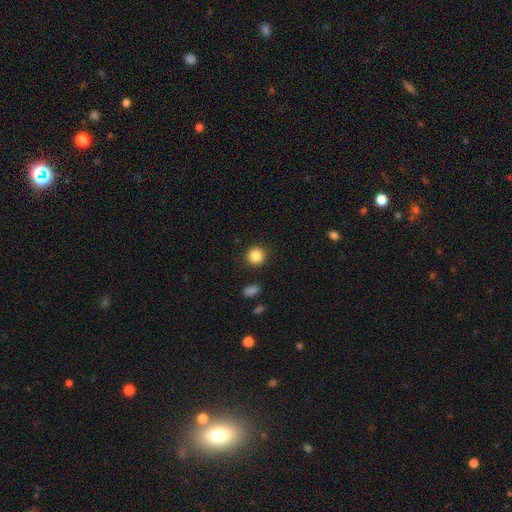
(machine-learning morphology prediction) smooth_or_featured: smooth (p=0.86) [alt: star or artifact p=0.10]
how_rounded: round (p=0.92) [alt: in between p=0.07]
merging: none (p=0.91) [alt: minor disturbance p=0.06]